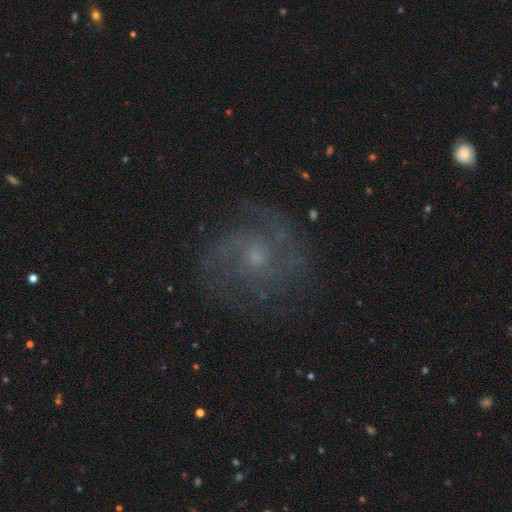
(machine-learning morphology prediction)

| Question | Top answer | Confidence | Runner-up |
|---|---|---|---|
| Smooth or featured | featured or disk | 80% | star or artifact (10%) |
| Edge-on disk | no | 98% | yes (2%) |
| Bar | no | 69% | weak (28%) |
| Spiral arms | yes | 94% | no (6%) |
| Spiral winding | medium | 48% | tight (37%) |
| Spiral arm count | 2 | 54% | can't tell (18%) |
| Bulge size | small | 61% | moderate (31%) |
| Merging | none | 75% | minor disturbance (15%) |